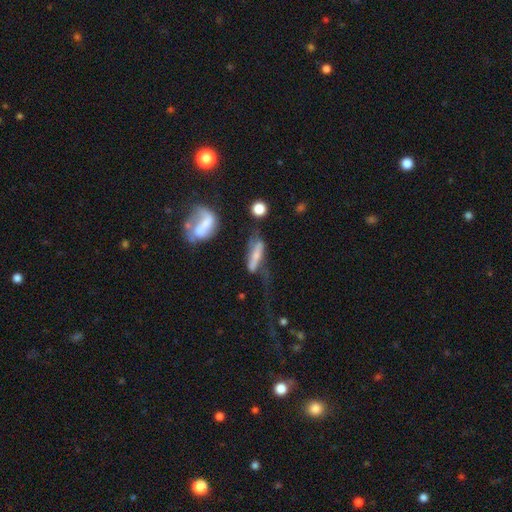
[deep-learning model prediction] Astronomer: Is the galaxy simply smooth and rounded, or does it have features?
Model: featured or disk — 47% (runner-up: smooth, 44%).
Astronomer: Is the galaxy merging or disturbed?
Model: major disturbance — 39% (runner-up: none, 27%).